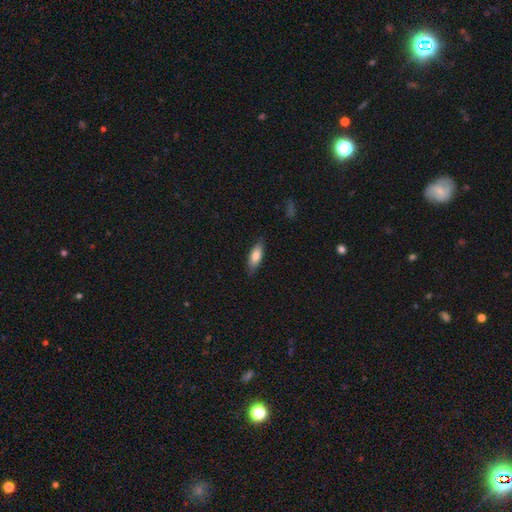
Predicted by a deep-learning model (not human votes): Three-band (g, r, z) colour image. It shows a smooth galaxy with no disk features (77%) that is in between round and cigar-shaped (63%). Merging: none (84%).